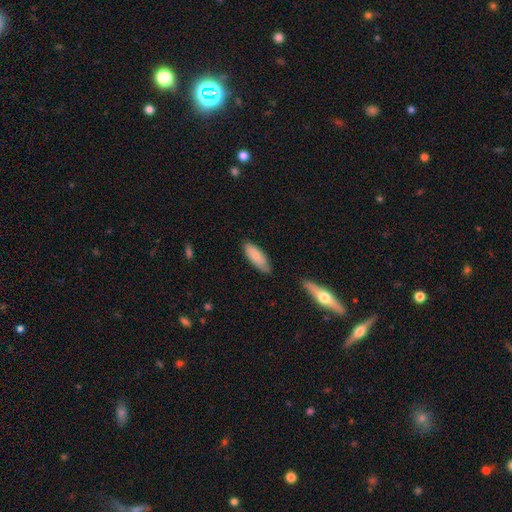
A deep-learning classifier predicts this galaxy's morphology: A smooth galaxy with no disk features (78%) that is in between round and cigar-shaped (72%).

Vote fractions:
- Smooth or featured? smooth: 78% / featured or disk: 16% / star or artifact: 6%
- How rounded? in between: 72% / cigar-shaped: 26% / round: 2%
- Merging? none: 78% / minor disturbance: 18% / major disturbance: 3% / merger: 2%